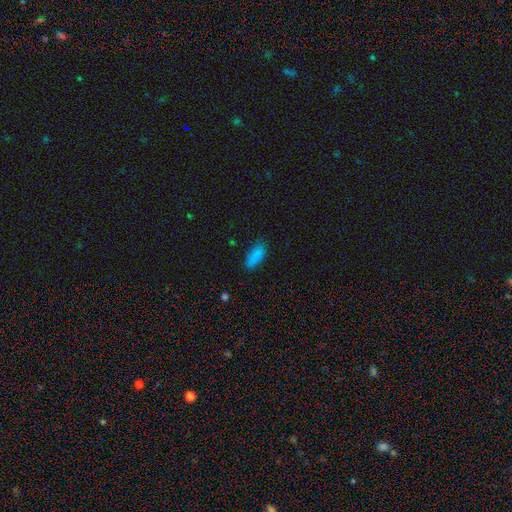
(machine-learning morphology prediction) Overall: smooth (86%). How rounded: in between (82%). Merging: none (77%).